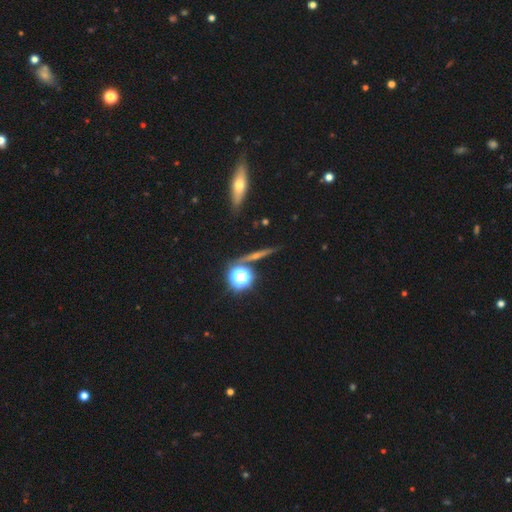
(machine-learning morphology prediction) The model was most divided on "smooth or featured": featured or disk: 40%, star or artifact: 31%, smooth: 29%. More confident: merging — none (83%).